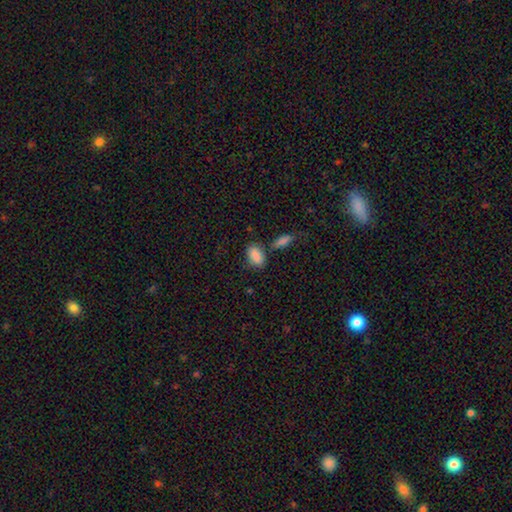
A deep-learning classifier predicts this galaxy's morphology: Smooth or featured? Predicted: smooth (p=0.87). How rounded? Predicted: in between (p=0.90). Merging? Predicted: none (p=0.66).